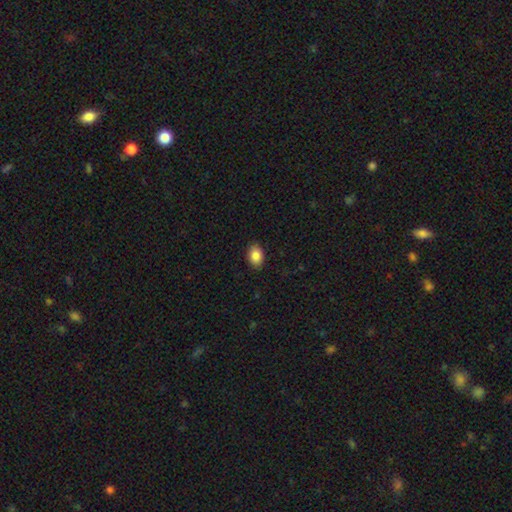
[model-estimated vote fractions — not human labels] Overall: smooth (86%). How rounded: in between (78%). Merging: none (89%).